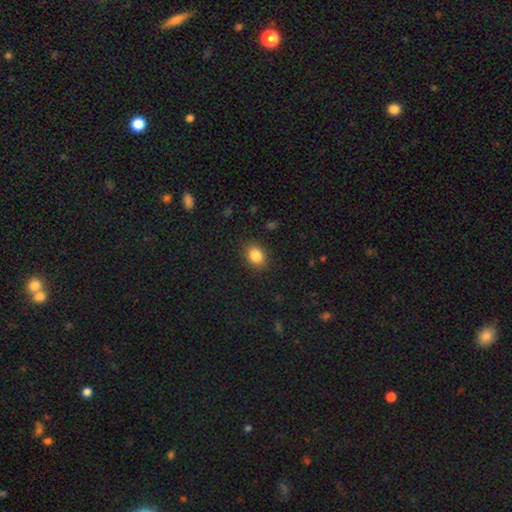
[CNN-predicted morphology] Smooth or featured? smooth (85%)
How rounded? in between (53%)
Merging? none (87%)